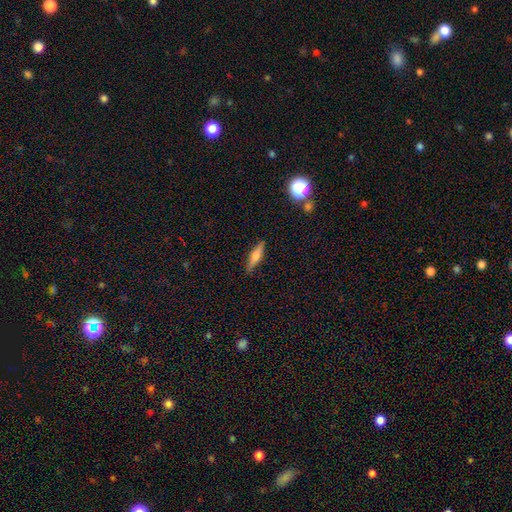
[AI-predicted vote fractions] smooth 48%, featured or disk 45%, star or artifact 7%. Down the decision tree: merging — none (87%).